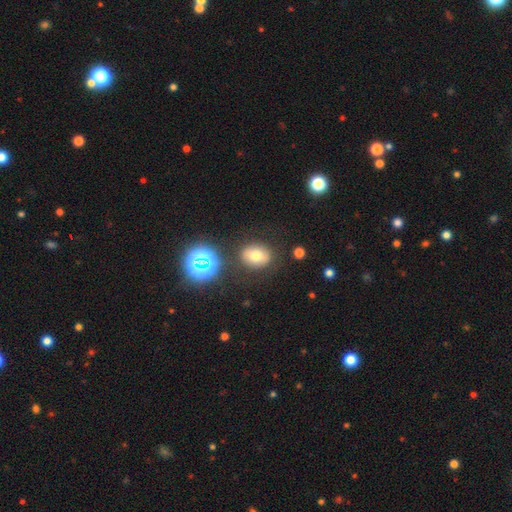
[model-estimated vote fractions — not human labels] smooth-or-featured: smooth: 69% | star or artifact: 16% | featured or disk: 15%
  how-rounded: in between: 50% | round: 49% | cigar-shaped: 1%
  merging: none: 80% | minor disturbance: 11% | merger: 4% | major disturbance: 4%